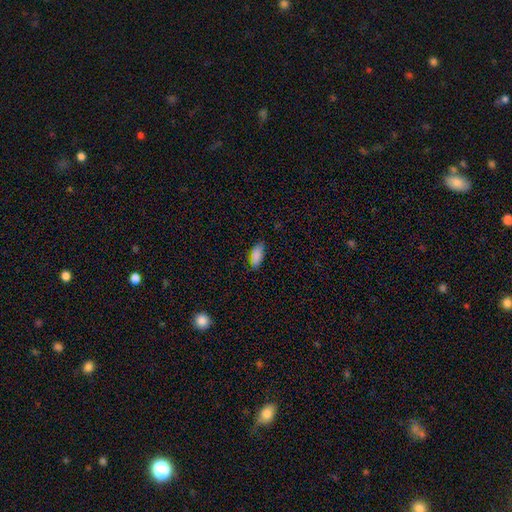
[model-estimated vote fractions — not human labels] smooth 86%, star or artifact 8%, featured or disk 5%. Down the decision tree: how rounded — in between (81%); merging — none (81%).